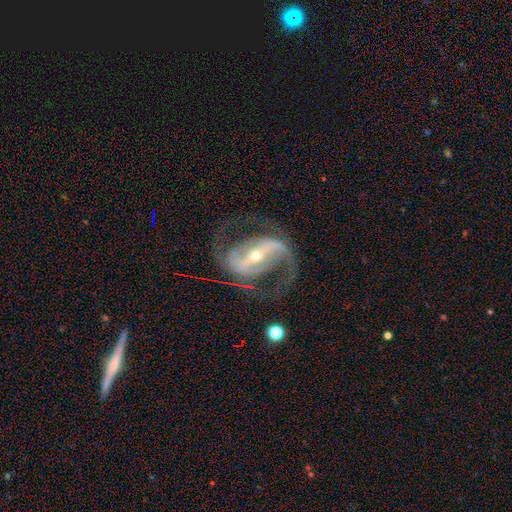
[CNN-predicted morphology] featured or disk 91%, star or artifact 5%, smooth 4%. Down the decision tree: edge-on disk — no (96%); bar — strong (72%); spiral arms — yes (96%); spiral arm count — 2 (90%); spiral winding — medium (56%); bulge size — small (62%); merging — none (71%).